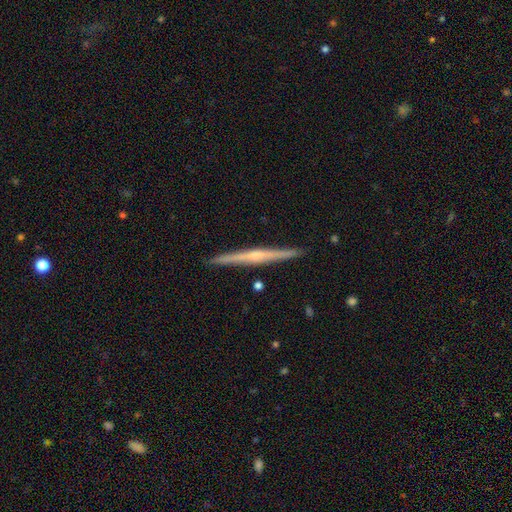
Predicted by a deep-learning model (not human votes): This is likely a featured or disk galaxy (78%). It is clearly viewed edge-on (98%). Edge-on bulge: likely rounded (69%). Merging: clearly none (92%).